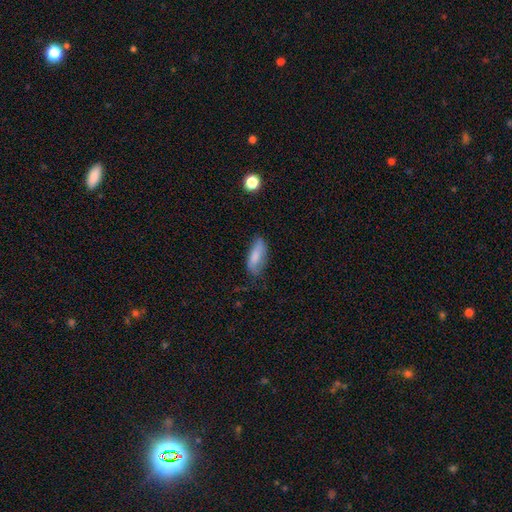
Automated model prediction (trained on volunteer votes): smooth 78%, featured or disk 15%, star or artifact 7%. Down the decision tree: how rounded — in between (72%); merging — none (62%).